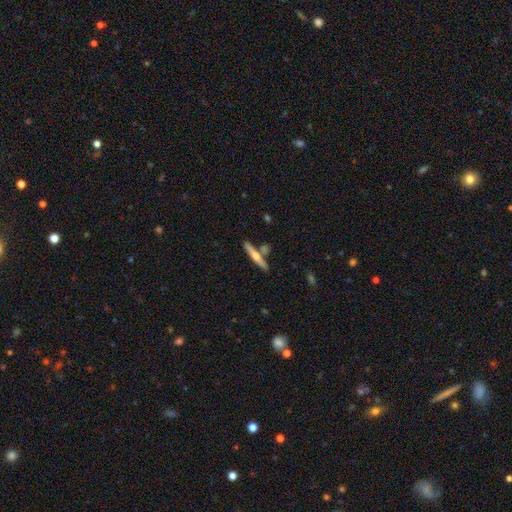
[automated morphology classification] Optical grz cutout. It shows a featured or disk galaxy (55%) viewed edge-on (96%) with a rounded central bulge (87%). Merging: none (76%).